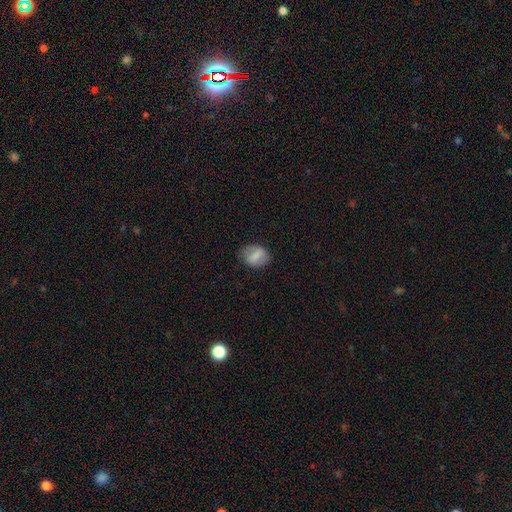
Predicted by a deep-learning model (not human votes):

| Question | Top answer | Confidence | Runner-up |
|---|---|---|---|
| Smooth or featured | smooth | 71% | featured or disk (21%) |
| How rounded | in between | 61% | round (38%) |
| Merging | none | 77% | minor disturbance (17%) |